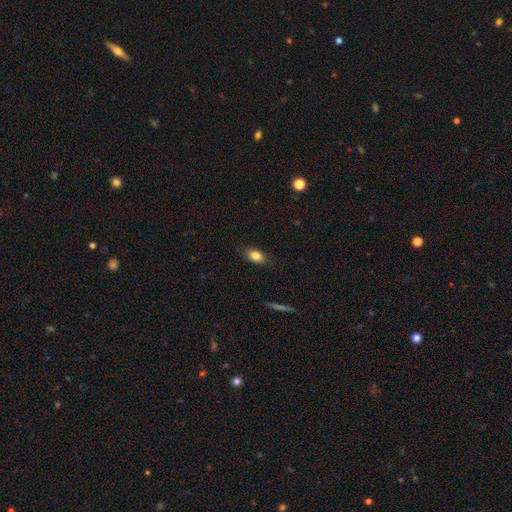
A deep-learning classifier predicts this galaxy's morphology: Smooth or featured: smooth — 81% (featured or disk — 11%)
How rounded: in between — 83% (round — 10%)
Merging: none — 81% (minor disturbance — 15%)